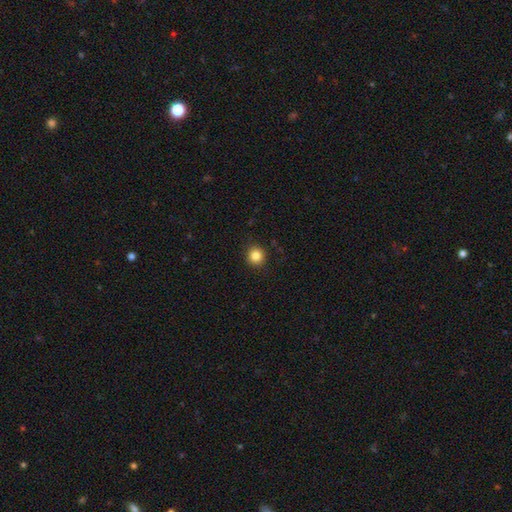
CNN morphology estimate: Smooth or featured? Predicted: smooth (p=0.85). How rounded? Predicted: round (p=0.92). Merging? Predicted: none (p=0.91).